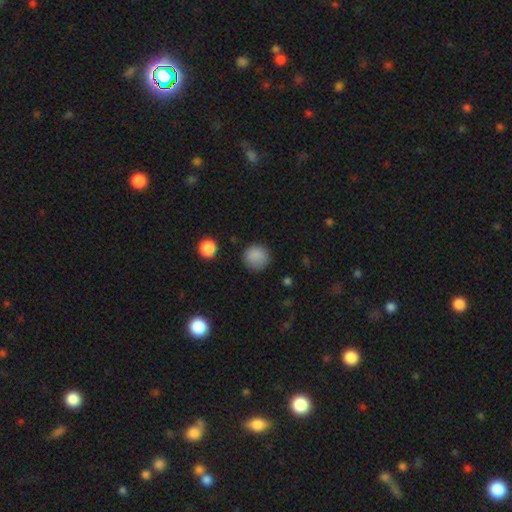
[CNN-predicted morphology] This is clearly a smooth galaxy (86%). How rounded: clearly round (93%). Merging: clearly none (86%).